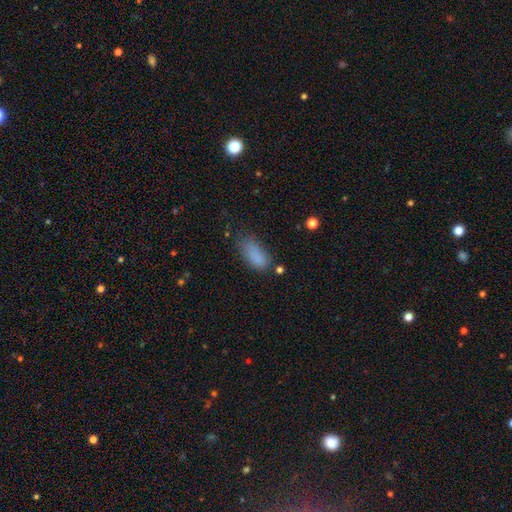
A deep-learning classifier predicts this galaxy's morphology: The model was most divided on "merging": none: 49%, minor disturbance: 31%, major disturbance: 15%, merger: 5%. More confident: how rounded — in between (83%); smooth or featured — smooth (82%).